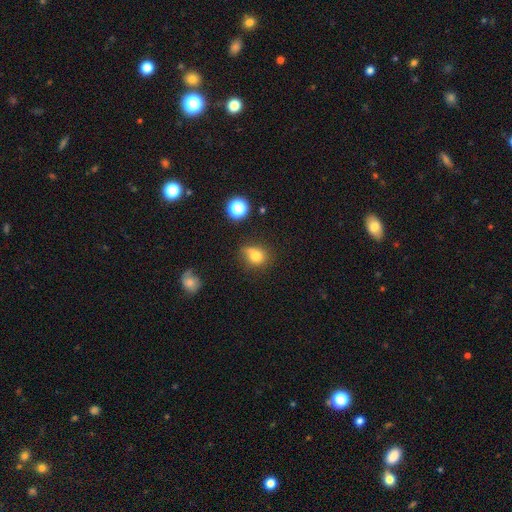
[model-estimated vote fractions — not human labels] A smooth galaxy with no disk features (75%) that is round (68%).

Vote fractions:
- Smooth or featured? smooth: 75% / star or artifact: 14% / featured or disk: 11%
- How rounded? round: 68% / in between: 31% / cigar-shaped: 1%
- Merging? none: 48% / minor disturbance: 29% / major disturbance: 14% / merger: 9%